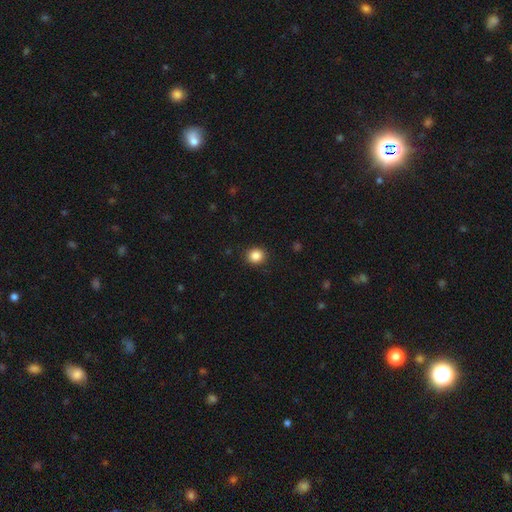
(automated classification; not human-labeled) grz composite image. It shows a smooth galaxy with no disk features (86%) that is round (83%). Merging: none (91%).